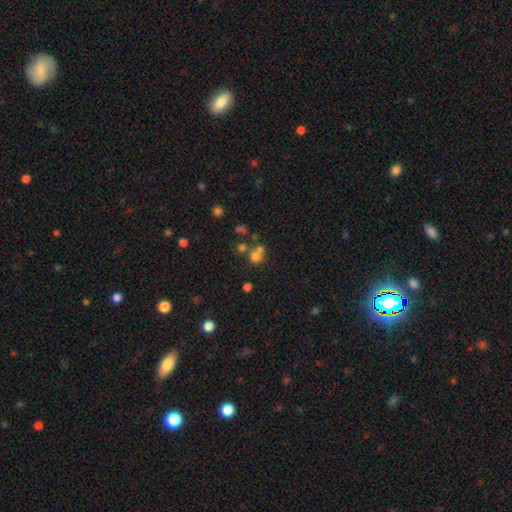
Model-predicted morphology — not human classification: Smooth or featured?
  - smooth: 67% *
  - star or artifact: 19%
  - featured or disk: 14%
How rounded?
  - round: 83% *
  - in between: 16%
  - cigar-shaped: 1%
Merging?
  - none: 45% *
  - merger: 42%
  - minor disturbance: 8%
  - major disturbance: 5%